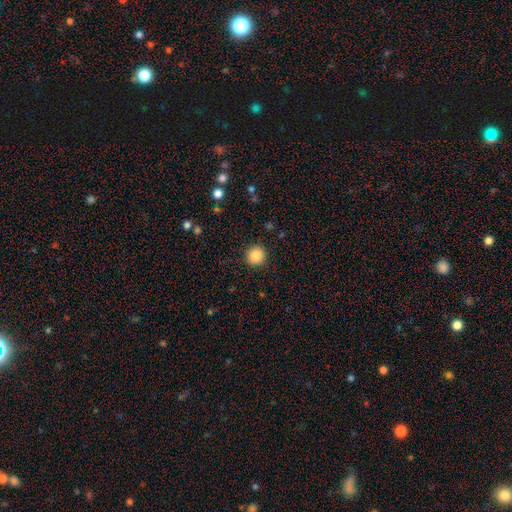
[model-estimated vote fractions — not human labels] A smooth galaxy with no disk features (87%) that is round (95%).

Vote fractions:
- Smooth or featured? smooth: 87% / star or artifact: 9% / featured or disk: 4%
- How rounded? round: 95% / in between: 4% / cigar-shaped: 1%
- Merging? none: 91% / minor disturbance: 6% / major disturbance: 2% / merger: 1%